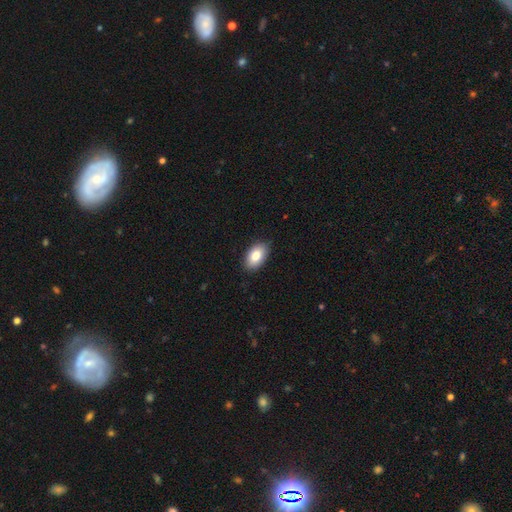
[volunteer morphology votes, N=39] Volunteers were most divided on "merging": none: 61%, minor disturbance: 36%, major disturbance: 3%, merger: 0%. More confident: how rounded — in between (94%); smooth or featured — smooth (82%).